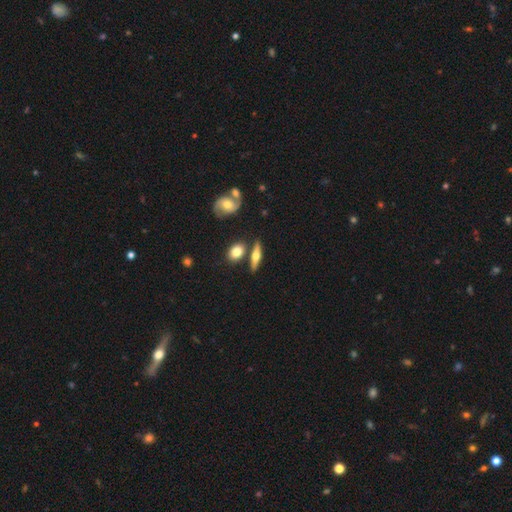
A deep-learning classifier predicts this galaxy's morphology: This appears to be a featured or disk galaxy (55%) viewed edge-on (89%). Merging: none (74%).